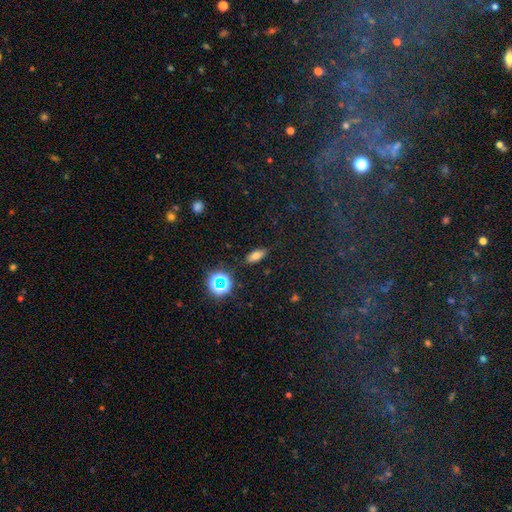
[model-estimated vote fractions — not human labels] Morphology: type=smooth (70%); roundness=in between (79%); merging=none (85%).